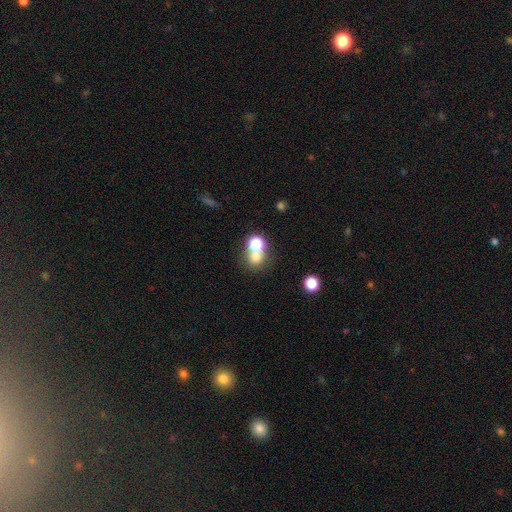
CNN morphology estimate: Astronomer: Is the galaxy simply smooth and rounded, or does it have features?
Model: smooth — 67%.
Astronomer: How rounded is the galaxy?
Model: round — 77%.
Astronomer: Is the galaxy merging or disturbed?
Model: none — 44%, tied with merger at 44%.